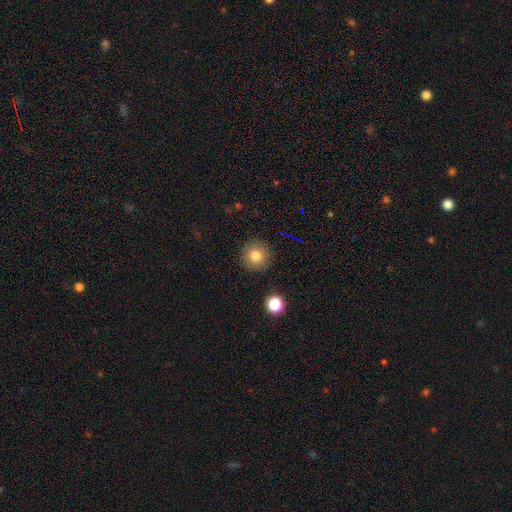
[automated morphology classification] A smooth galaxy with no disk features (80%) that is round (95%).

Vote fractions:
- Smooth or featured? smooth: 80% / star or artifact: 11% / featured or disk: 8%
- How rounded? round: 95% / in between: 4% / cigar-shaped: 1%
- Merging? none: 90% / minor disturbance: 6% / major disturbance: 2% / merger: 2%